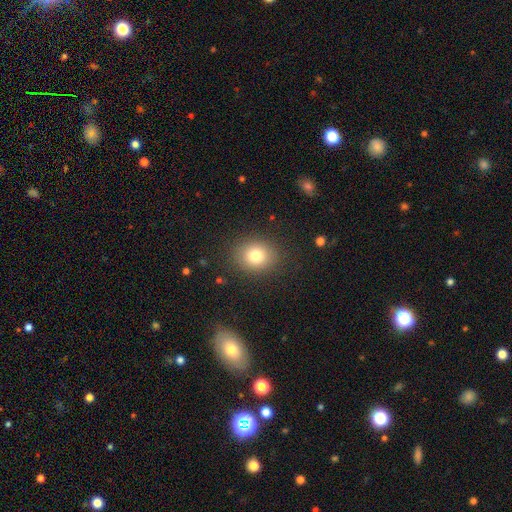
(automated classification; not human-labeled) Smooth or featured? smooth (78%)
How rounded? round (67%)
Merging? none (87%)